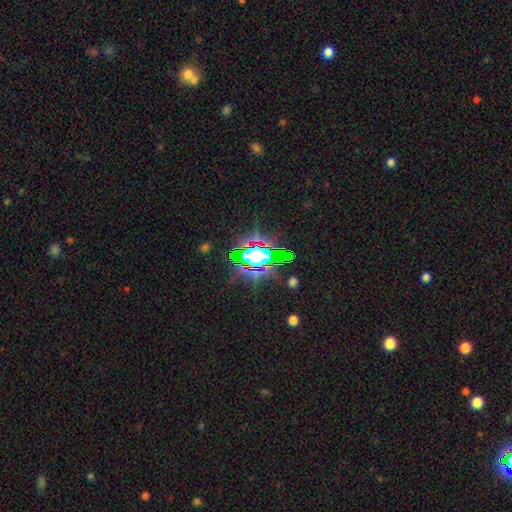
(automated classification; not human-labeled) smooth-or-featured: star or artifact: 67% | smooth: 19% | featured or disk: 14%